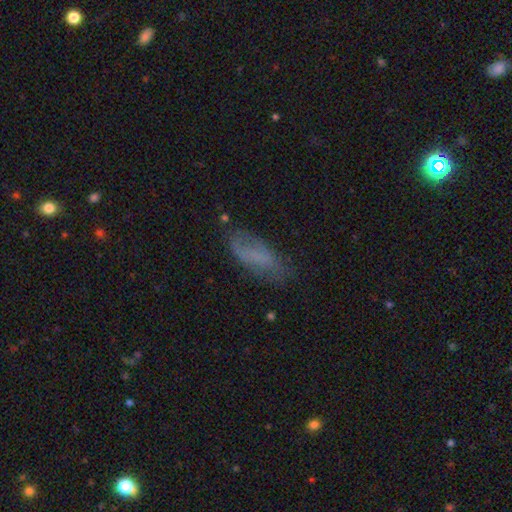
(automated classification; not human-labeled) smooth_or_featured: smooth (p=0.58) [alt: featured or disk p=0.30]
how_rounded: in between (p=0.72) [alt: cigar-shaped p=0.25]
merging: none (p=0.59) [alt: minor disturbance p=0.26]